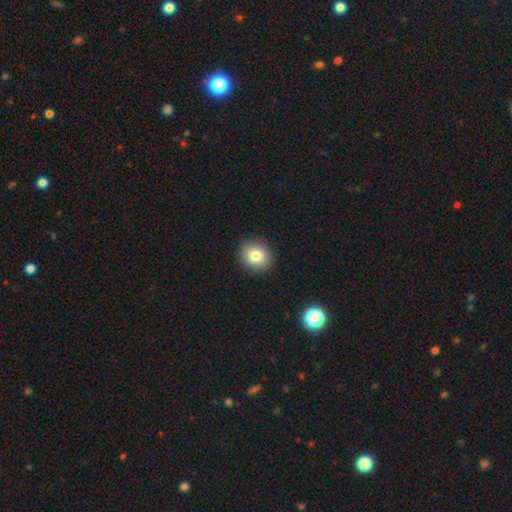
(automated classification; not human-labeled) Overall: smooth (82%). How rounded: round (77%). Merging: none (91%).